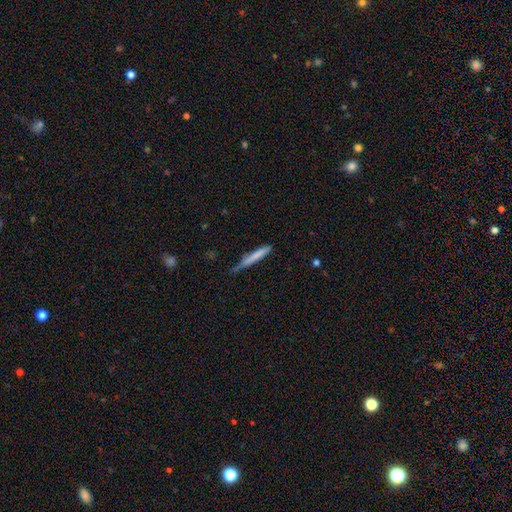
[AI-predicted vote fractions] Morphology: type=smooth (71%); roundness=cigar-shaped (95%); merging=none (62%).